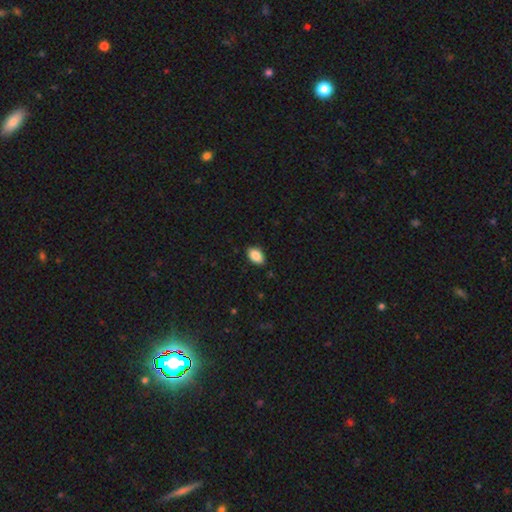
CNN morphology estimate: Q: Smooth or featured?
A: smooth (88%); runner-up: star or artifact (7%)
Q: How rounded?
A: in between (92%); runner-up: round (7%)
Q: Merging?
A: none (87%); runner-up: minor disturbance (10%)